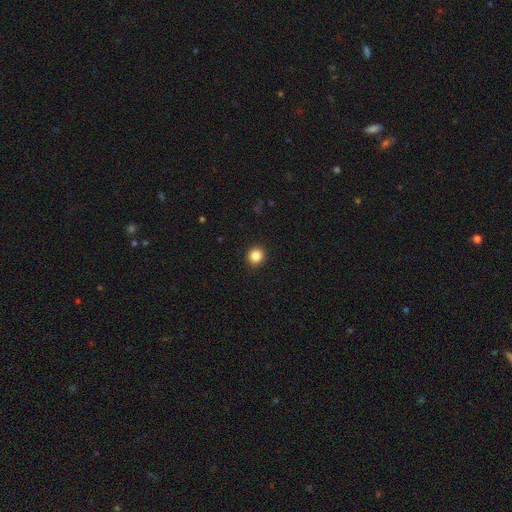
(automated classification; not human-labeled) Smooth or featured? Predicted: smooth (p=0.85). How rounded? Predicted: round (p=0.91). Merging? Predicted: none (p=0.93).